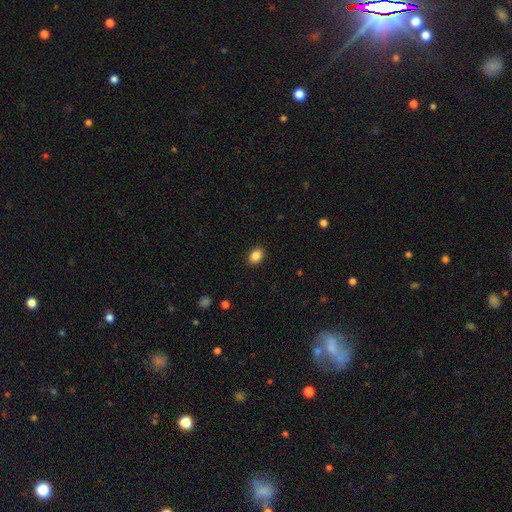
A smooth galaxy with no disk features (92%) that is in between round and cigar-shaped (69%).

Vote fractions:
- Smooth or featured? smooth: 92% / star or artifact: 8% / featured or disk: 0%
- How rounded? in between: 69% / round: 31% / cigar-shaped: 0%
- Merging? none: 83% / minor disturbance: 14% / major disturbance: 3% / merger: 0%